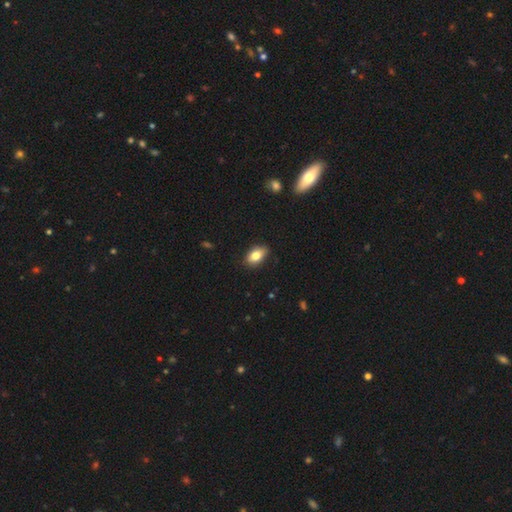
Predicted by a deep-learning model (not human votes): Morphology: type=smooth (80%); roundness=in between (88%); merging=none (84%).